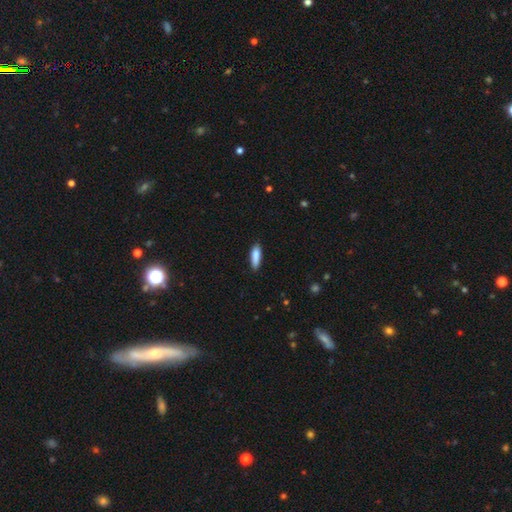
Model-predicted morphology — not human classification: The model was most divided on "how rounded": cigar-shaped: 56%, in between: 42%, round: 2%. More confident: smooth or featured — smooth (84%); merging — none (81%).